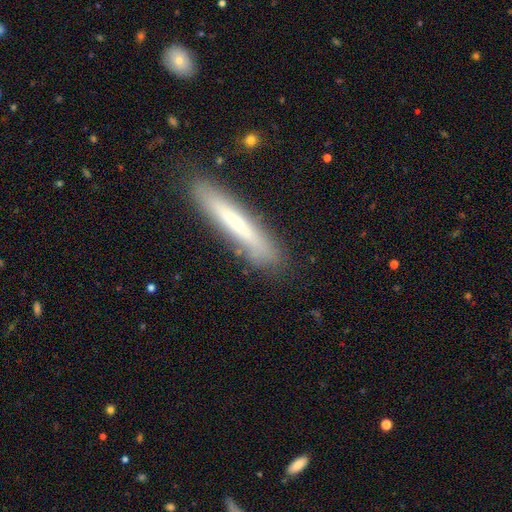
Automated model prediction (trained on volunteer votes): Smooth or featured?
  - smooth: 52% *
  - featured or disk: 41%
  - star or artifact: 8%
How rounded?
  - cigar-shaped: 91% *
  - in between: 7%
  - round: 2%
Merging?
  - none: 83% *
  - minor disturbance: 11%
  - major disturbance: 3%
  - merger: 3%